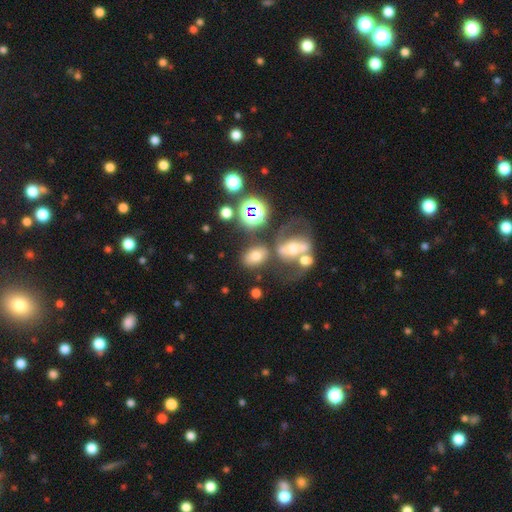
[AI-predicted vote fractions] Smooth or featured?
  - smooth: 61% *
  - featured or disk: 22%
  - star or artifact: 17%
How rounded?
  - in between: 76% *
  - round: 22%
  - cigar-shaped: 2%
Merging?
  - none: 57% *
  - merger: 22%
  - minor disturbance: 13%
  - major disturbance: 9%